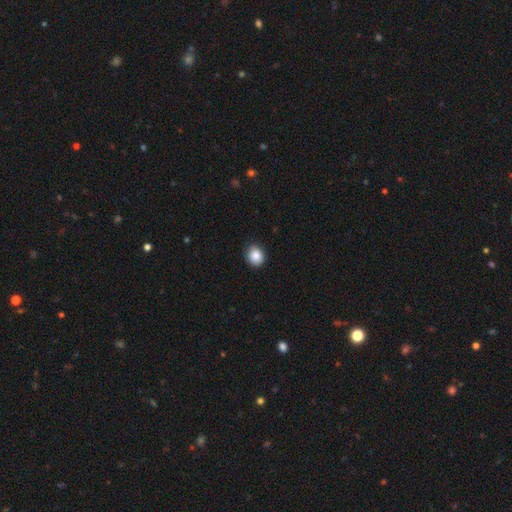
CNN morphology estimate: smooth_or_featured: smooth (p=0.86) [alt: star or artifact p=0.09]
how_rounded: round (p=0.68) [alt: in between p=0.31]
merging: none (p=0.84) [alt: minor disturbance p=0.13]